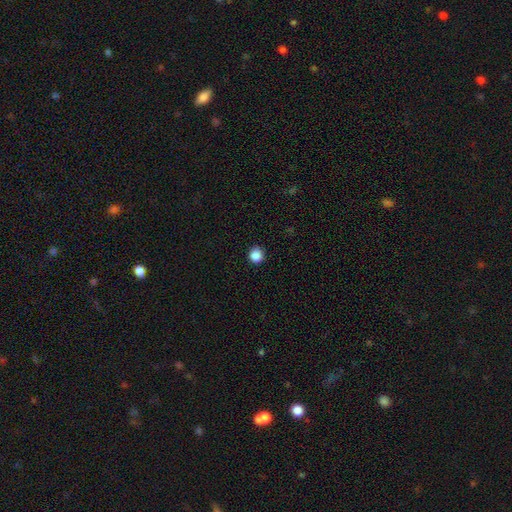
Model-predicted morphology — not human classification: Smooth or featured? Predicted: smooth (p=0.87). How rounded? Predicted: round (p=0.94). Merging? Predicted: none (p=0.92).